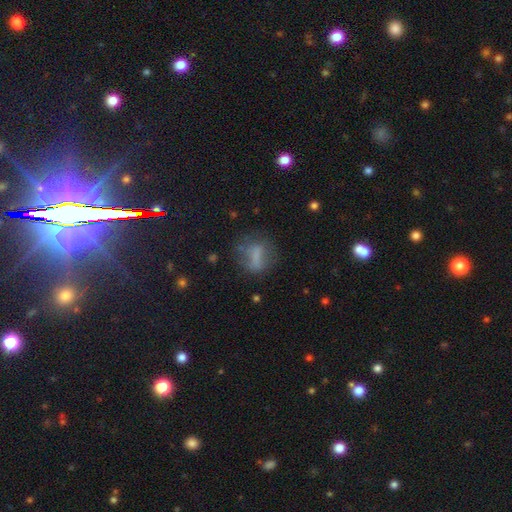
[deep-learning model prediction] Smooth or featured? smooth (61%)
How rounded? in between (50%)
Merging? none (57%)